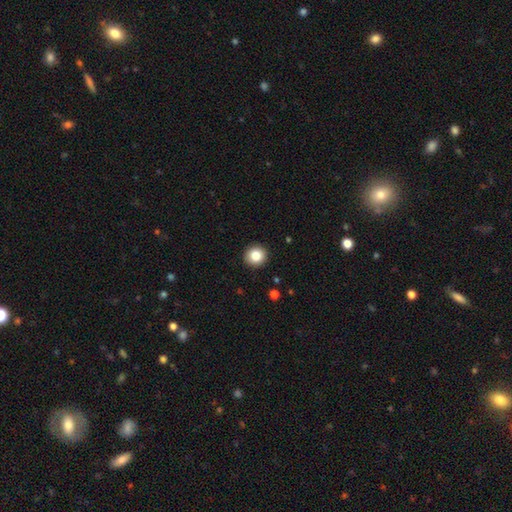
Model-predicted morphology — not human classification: This is clearly a smooth galaxy (84%). How rounded: clearly round (93%). Merging: clearly none (93%).